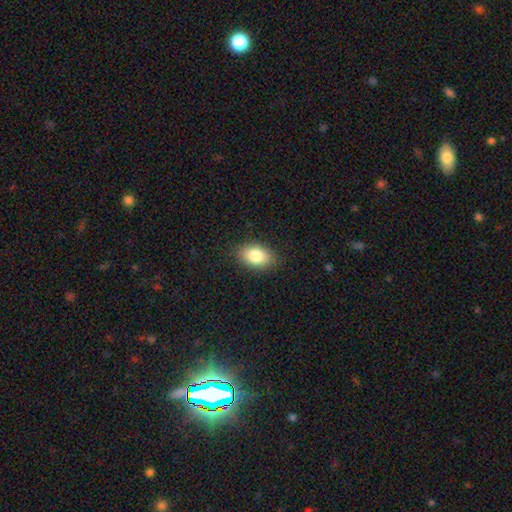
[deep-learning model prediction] smooth-or-featured: smooth: 84% | featured or disk: 9% | star or artifact: 8%
  how-rounded: in between: 89% | round: 9% | cigar-shaped: 2%
  merging: none: 87% | minor disturbance: 10% | major disturbance: 2% | merger: 1%